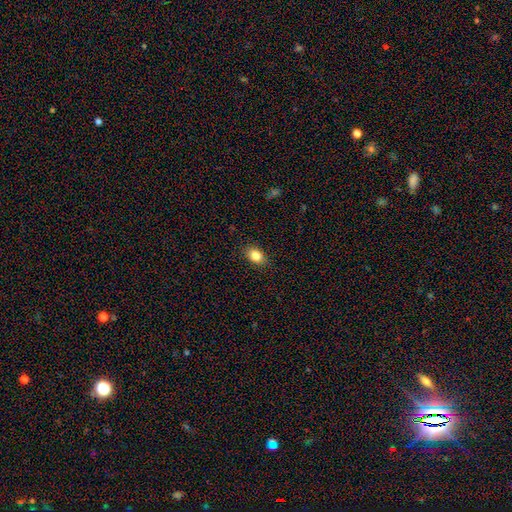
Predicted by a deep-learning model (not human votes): Morphology: type=smooth (85%); roundness=in between (74%); merging=none (88%).